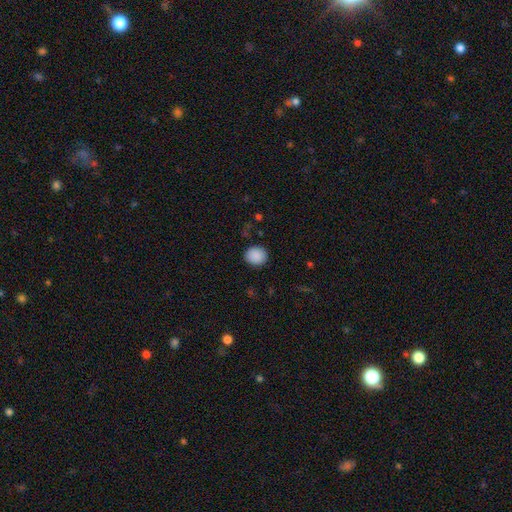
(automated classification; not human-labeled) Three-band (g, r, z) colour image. It shows a smooth galaxy with no disk features (89%) that is round (78%). Merging: none (88%).